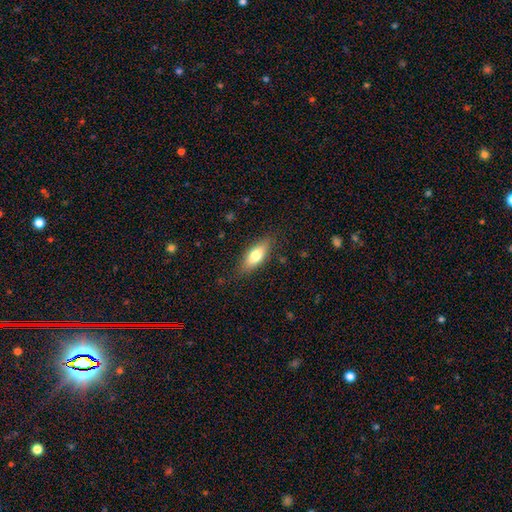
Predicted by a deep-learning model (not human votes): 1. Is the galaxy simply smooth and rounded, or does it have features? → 73% smooth, 20% featured or disk, 7% star or artifact.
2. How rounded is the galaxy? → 72% in between, 25% cigar-shaped, 3% round.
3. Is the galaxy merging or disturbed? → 82% none, 13% minor disturbance, 3% major disturbance, 1% merger.